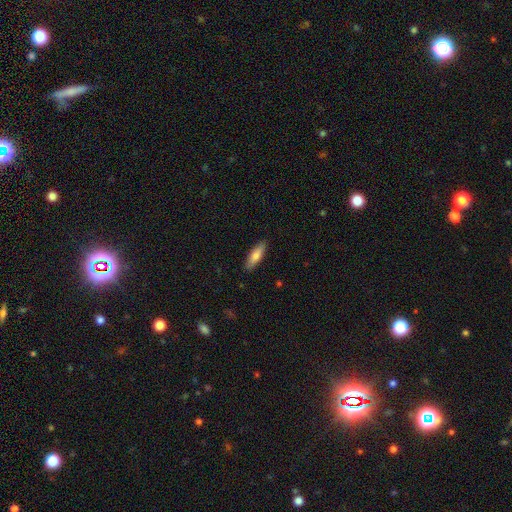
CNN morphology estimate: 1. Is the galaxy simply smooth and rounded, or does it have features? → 75% smooth, 20% featured or disk, 6% star or artifact.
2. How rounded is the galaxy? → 52% cigar-shaped, 46% in between, 2% round.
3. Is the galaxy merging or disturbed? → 88% none, 9% minor disturbance, 2% major disturbance, 1% merger.